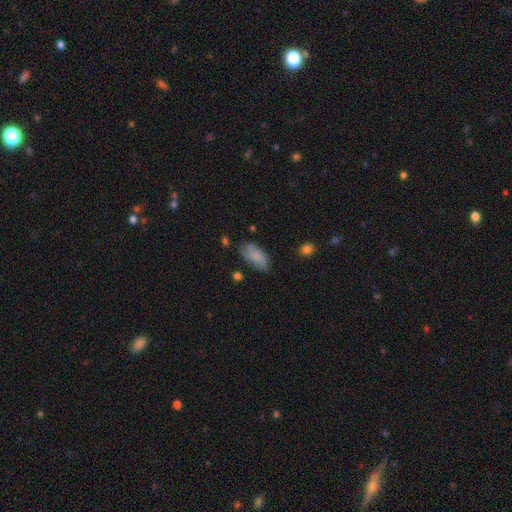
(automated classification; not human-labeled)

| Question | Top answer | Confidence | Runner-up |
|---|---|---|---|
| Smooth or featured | smooth | 76% | featured or disk (17%) |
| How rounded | in between | 93% | cigar-shaped (5%) |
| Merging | none | 70% | minor disturbance (23%) |